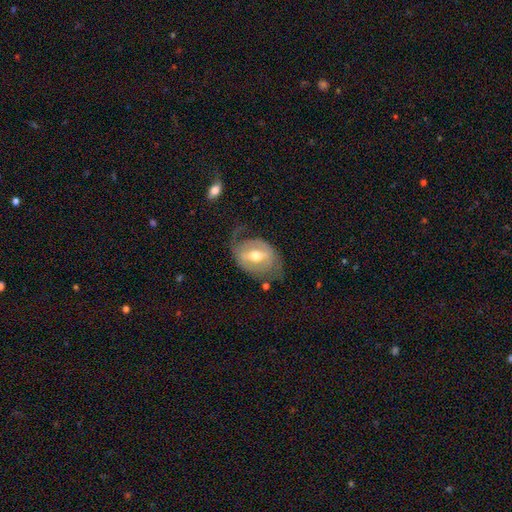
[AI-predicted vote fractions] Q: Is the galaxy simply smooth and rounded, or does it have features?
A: featured or disk — 74%.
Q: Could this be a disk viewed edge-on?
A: no — 94%.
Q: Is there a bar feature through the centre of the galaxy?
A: strong — 45%.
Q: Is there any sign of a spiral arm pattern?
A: yes — 73%.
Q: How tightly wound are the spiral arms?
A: medium — 41%.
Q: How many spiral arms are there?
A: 2 — 72%.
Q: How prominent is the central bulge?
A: moderate — 73%.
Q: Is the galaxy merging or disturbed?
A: none — 53%.